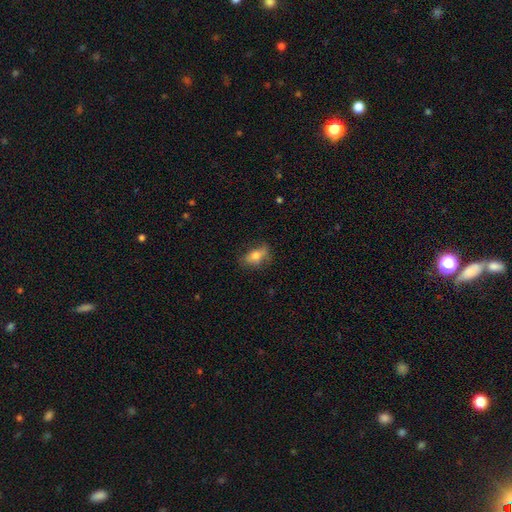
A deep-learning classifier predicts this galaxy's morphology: This appears to be a smooth galaxy with no disk features (69%) that is in between round and cigar-shaped (80%). Merging: none (63%).